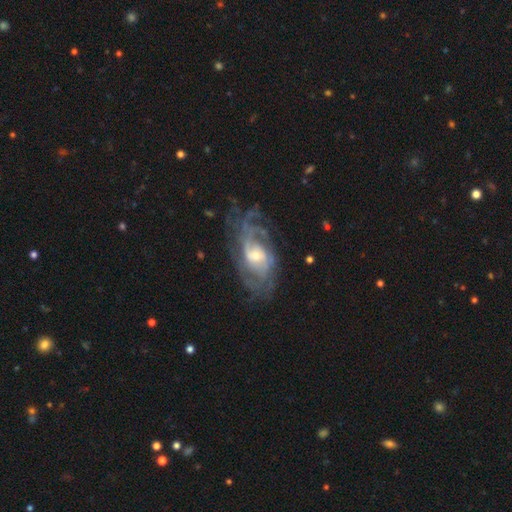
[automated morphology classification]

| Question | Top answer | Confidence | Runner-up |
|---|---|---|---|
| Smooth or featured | featured or disk | 85% | smooth (9%) |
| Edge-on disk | no | 95% | yes (5%) |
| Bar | no | 59% | weak (32%) |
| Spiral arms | yes | 92% | no (8%) |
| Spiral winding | tight | 45% | medium (38%) |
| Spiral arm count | can't tell | 42% | 2 (21%) |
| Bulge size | small | 51% | moderate (42%) |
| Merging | none | 60% | minor disturbance (19%) |